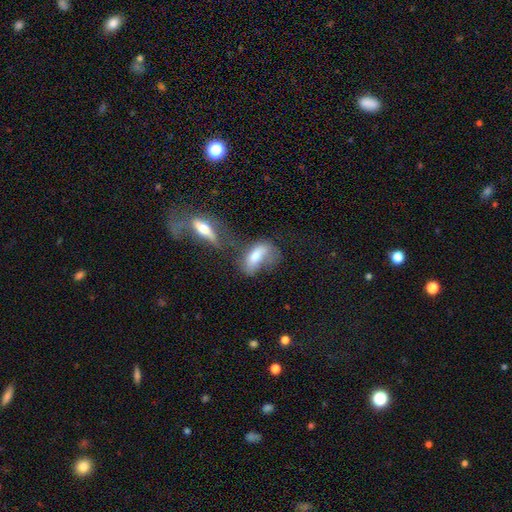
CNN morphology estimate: Smooth or featured: smooth — 63% (featured or disk — 28%)
How rounded: in between — 80% (cigar-shaped — 15%)
Merging: merger — 38% (major disturbance — 23%)